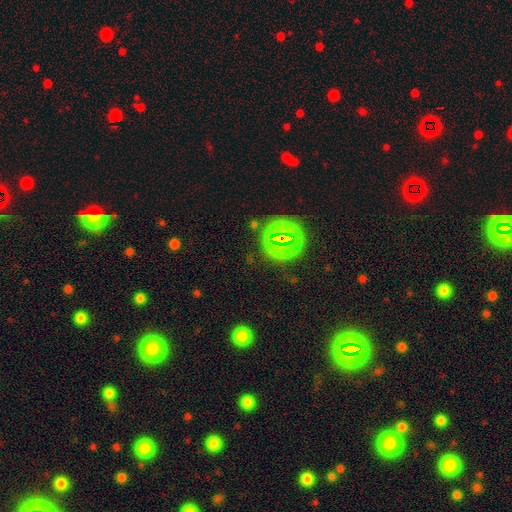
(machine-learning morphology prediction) A star or artifact, not a galaxy (67%).

Vote fractions:
- Smooth or featured? star or artifact: 67% / smooth: 21% / featured or disk: 12%